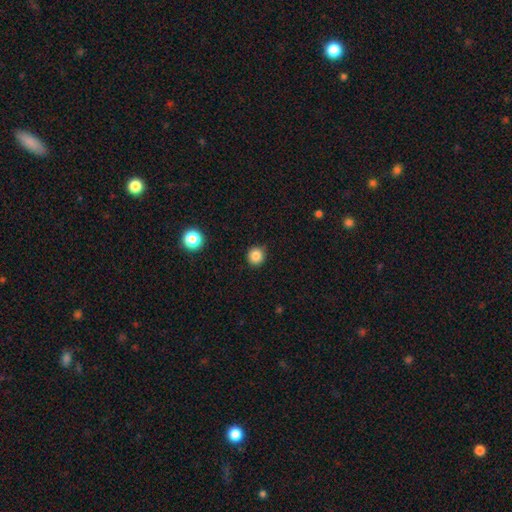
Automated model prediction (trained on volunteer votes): Smooth or featured? smooth (85%)
How rounded? round (93%)
Merging? none (89%)